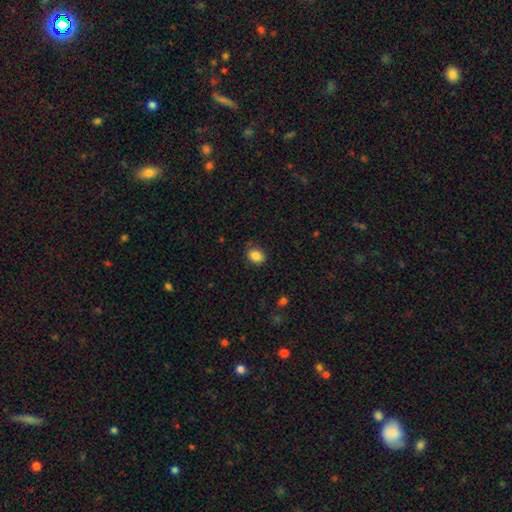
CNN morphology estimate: smooth-or-featured: smooth: 87% | star or artifact: 9% | featured or disk: 4%
  how-rounded: in between: 67% | round: 32% | cigar-shaped: 1%
  merging: none: 82% | minor disturbance: 13% | major disturbance: 3% | merger: 2%